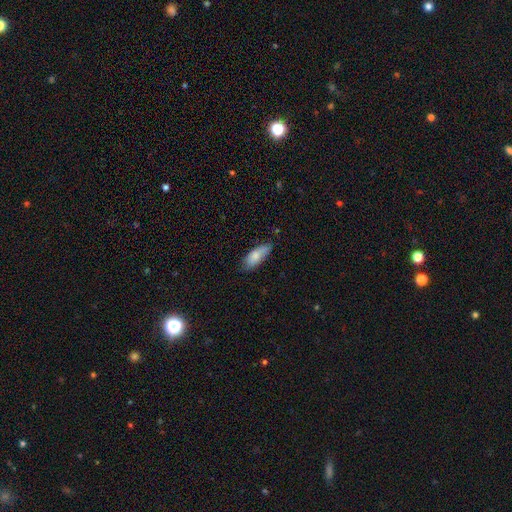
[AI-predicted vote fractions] A smooth galaxy with no disk features (79%) that is in between round and cigar-shaped (76%).

Vote fractions:
- Smooth or featured? smooth: 79% / featured or disk: 15% / star or artifact: 6%
- How rounded? in between: 76% / cigar-shaped: 22% / round: 2%
- Merging? none: 69% / minor disturbance: 26% / major disturbance: 4% / merger: 2%